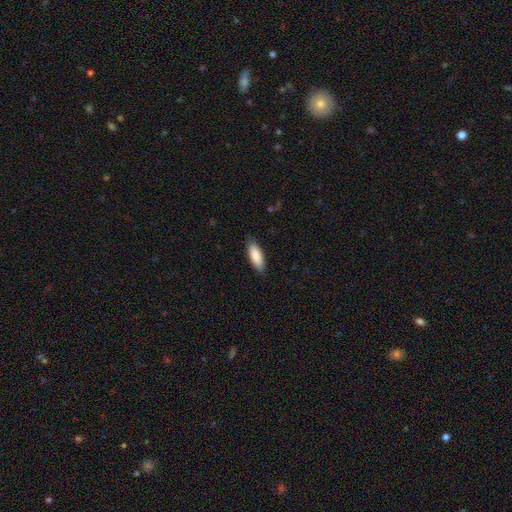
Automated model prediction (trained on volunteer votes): This appears to be a smooth galaxy with no disk features (88%) that is in between round and cigar-shaped (66%). Merging: none (85%).